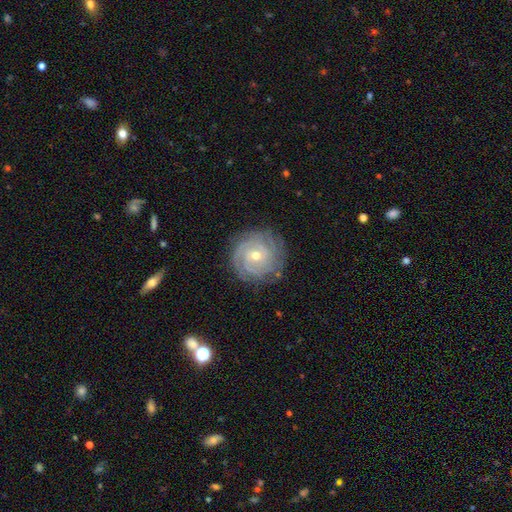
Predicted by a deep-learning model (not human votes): This appears to be a featured or disk galaxy (86%) with no bar (66%), tight (83%) spiral arms (97%) and a small central bulge (52%). Merging: none (83%).